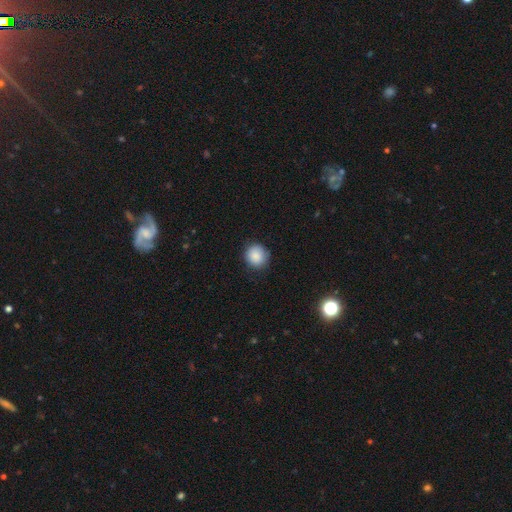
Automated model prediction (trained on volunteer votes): Q: Smooth or featured?
A: smooth (88%); runner-up: star or artifact (8%)
Q: How rounded?
A: round (89%); runner-up: in between (10%)
Q: Merging?
A: none (83%); runner-up: minor disturbance (13%)